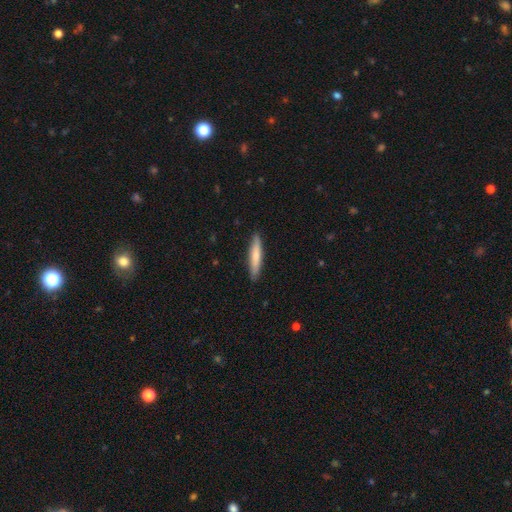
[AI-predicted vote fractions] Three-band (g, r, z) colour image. It shows a smooth galaxy with no disk features (73%) that is cigar-shaped (88%). Merging: none (89%).